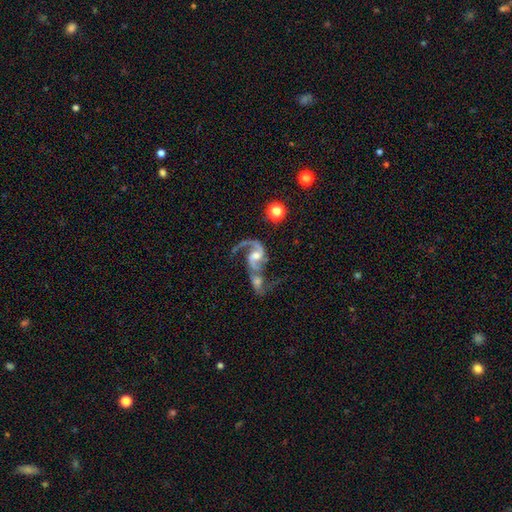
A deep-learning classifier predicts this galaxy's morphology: smooth_or_featured: featured or disk (p=0.87) [alt: smooth p=0.07]
disk_edge_on: no (p=0.97) [alt: yes p=0.03]
bar: no (p=0.43) [alt: weak p=0.42]
has_spiral_arms: yes (p=0.95) [alt: no p=0.05]
spiral_winding: loose (p=0.58) [alt: medium p=0.35]
spiral_arm_count: 2 (p=0.76) [alt: 1 p=0.18]
bulge_size: moderate (p=0.57) [alt: small p=0.26]
merging: merger (p=0.55) [alt: none p=0.19]